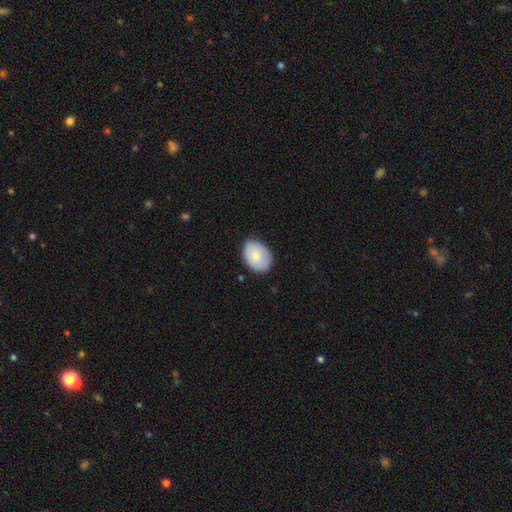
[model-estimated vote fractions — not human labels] A smooth galaxy with no disk features (76%) that is in between round and cigar-shaped (74%). Merging: none (76%).